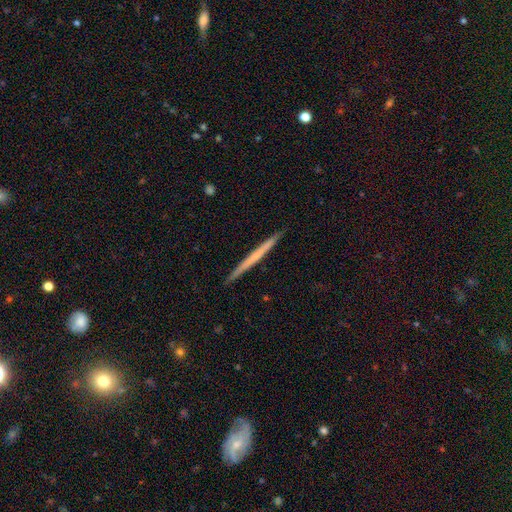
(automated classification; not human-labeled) A featured or disk galaxy (52%) viewed edge-on (98%) with no central bulge (86%).

Vote fractions:
- Smooth or featured? featured or disk: 52% / smooth: 43% / star or artifact: 5%
- Edge-on disk? yes: 98% / no: 2%
- Edge-on bulge? none: 86% / rounded: 10% / boxy: 4%
- Merging? none: 92% / minor disturbance: 6% / major disturbance: 1% / merger: 1%